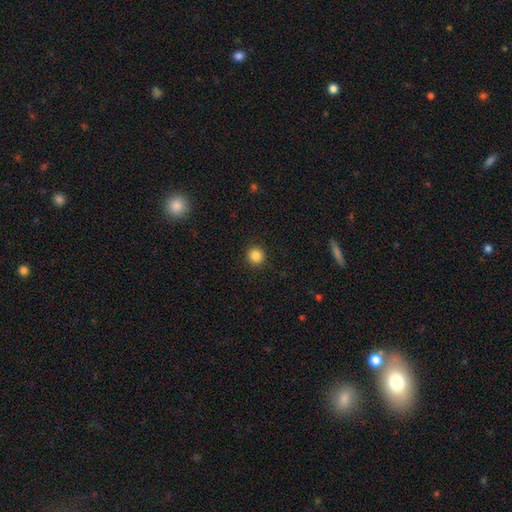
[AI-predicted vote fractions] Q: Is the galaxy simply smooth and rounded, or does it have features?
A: smooth — 86%.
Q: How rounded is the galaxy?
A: round — 93%.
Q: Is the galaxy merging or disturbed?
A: none — 92%.